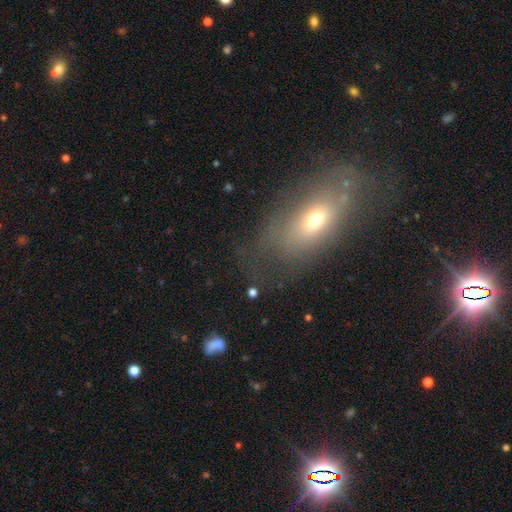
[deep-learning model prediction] Morphology: type=smooth (51%); roundness=in between (77%); merging=none (63%).